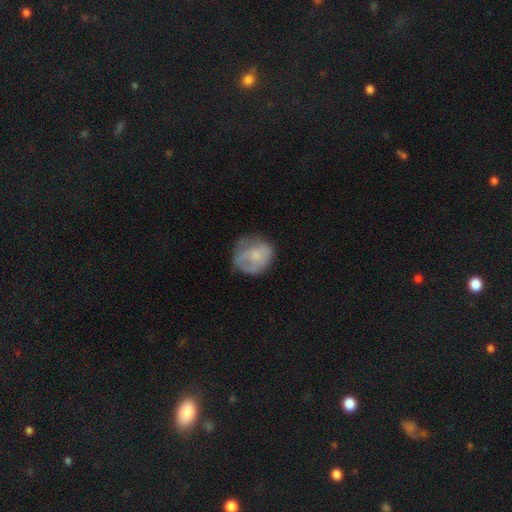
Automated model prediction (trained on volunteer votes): smooth_or_featured: smooth (p=0.60) [alt: featured or disk p=0.32]
how_rounded: round (p=0.70) [alt: in between p=0.29]
merging: none (p=0.50) [alt: minor disturbance p=0.29]